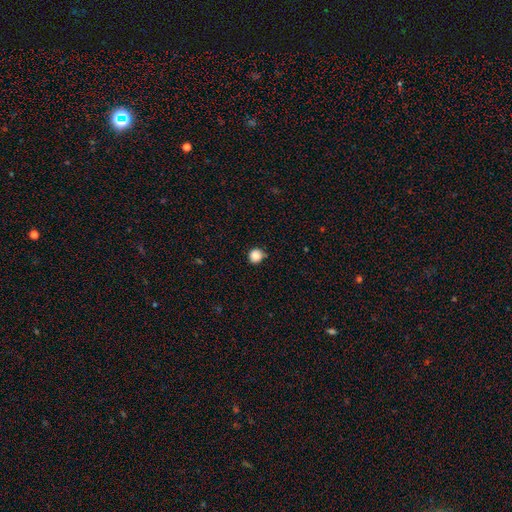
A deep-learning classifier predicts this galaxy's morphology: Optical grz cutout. It shows a smooth galaxy with no disk features (86%) that is round (93%). Merging: none (82%).